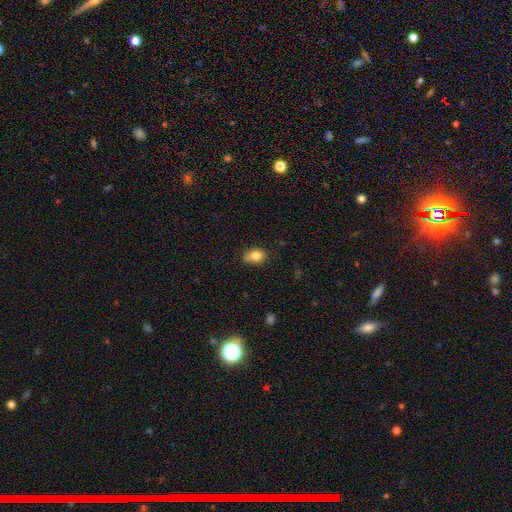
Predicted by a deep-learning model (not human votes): smooth_or_featured: smooth (p=0.83) [alt: star or artifact p=0.09]
how_rounded: in between (p=0.62) [alt: round p=0.36]
merging: none (p=0.60) [alt: minor disturbance p=0.28]